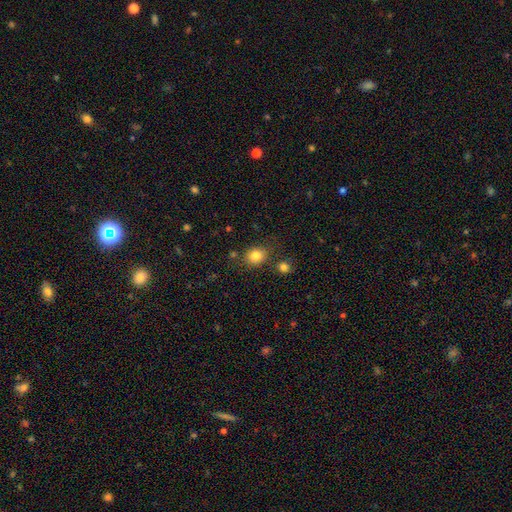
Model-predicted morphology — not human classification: Smooth or featured? Predicted: smooth (p=0.83). How rounded? Predicted: round (p=0.62). Merging? Predicted: none (p=0.77).